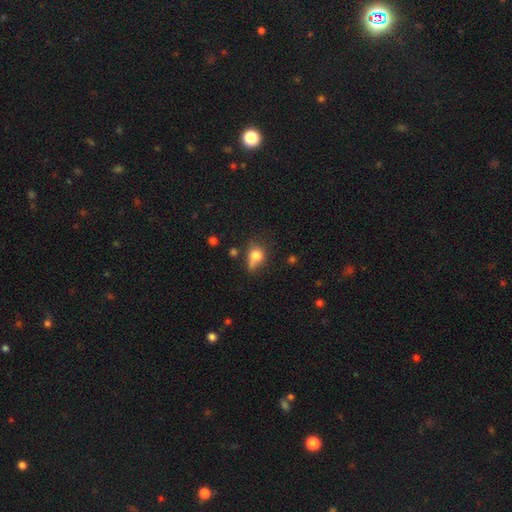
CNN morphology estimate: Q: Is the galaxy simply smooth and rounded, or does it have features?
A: smooth — 76%.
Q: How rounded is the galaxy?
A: round — 60%.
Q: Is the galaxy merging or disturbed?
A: none — 38%.